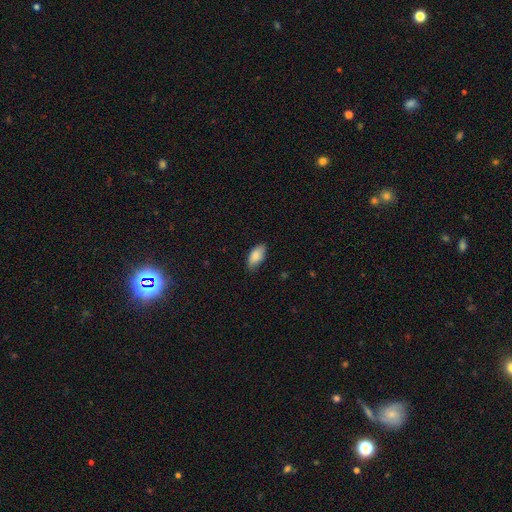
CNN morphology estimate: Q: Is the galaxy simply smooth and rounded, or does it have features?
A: smooth — 86%.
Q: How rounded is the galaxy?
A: in between — 91%.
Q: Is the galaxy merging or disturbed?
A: none — 79%.